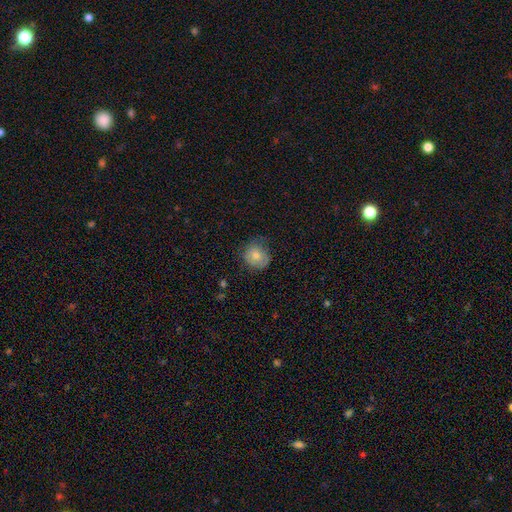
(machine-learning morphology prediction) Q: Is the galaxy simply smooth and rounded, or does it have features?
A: smooth — 73%.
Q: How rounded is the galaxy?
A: round — 77%.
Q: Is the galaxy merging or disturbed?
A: none — 61%.